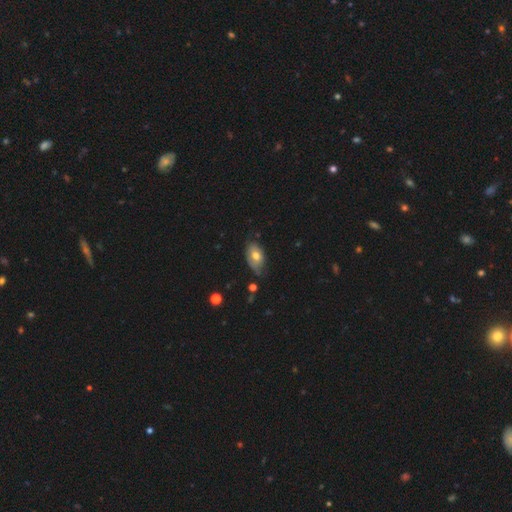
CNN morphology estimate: smooth-or-featured: smooth: 63% | featured or disk: 29% | star or artifact: 8%
  how-rounded: in between: 90% | round: 8% | cigar-shaped: 2%
  merging: none: 51% | minor disturbance: 38% | major disturbance: 9% | merger: 3%